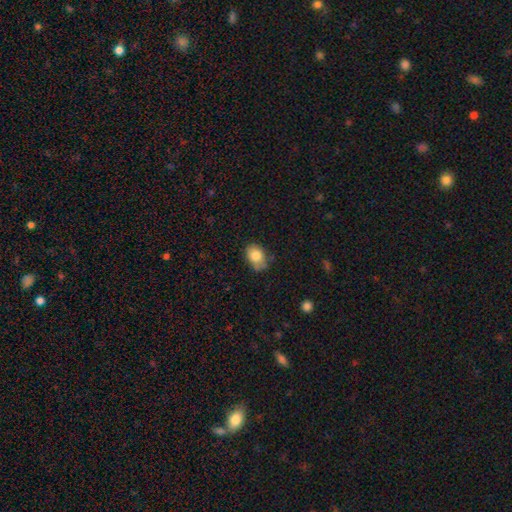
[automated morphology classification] smooth_or_featured: smooth (p=0.82) [alt: featured or disk p=0.10]
how_rounded: in between (p=0.71) [alt: round p=0.28]
merging: none (p=0.61) [alt: minor disturbance p=0.28]